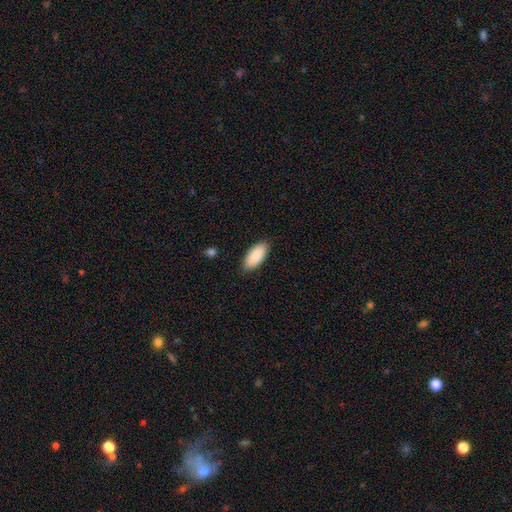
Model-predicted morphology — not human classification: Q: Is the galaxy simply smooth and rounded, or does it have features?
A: smooth — 90%.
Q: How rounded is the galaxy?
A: in between — 89%.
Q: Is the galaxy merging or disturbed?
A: none — 88%.